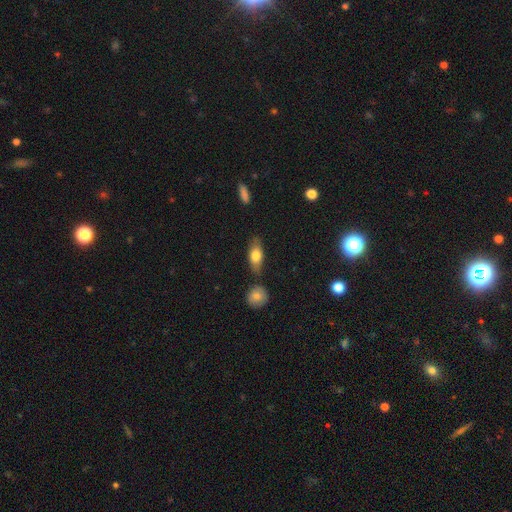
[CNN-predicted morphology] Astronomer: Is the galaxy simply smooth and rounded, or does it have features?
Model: smooth — 70%.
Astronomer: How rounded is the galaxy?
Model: in between — 77%.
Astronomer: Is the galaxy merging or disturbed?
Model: none — 75%.